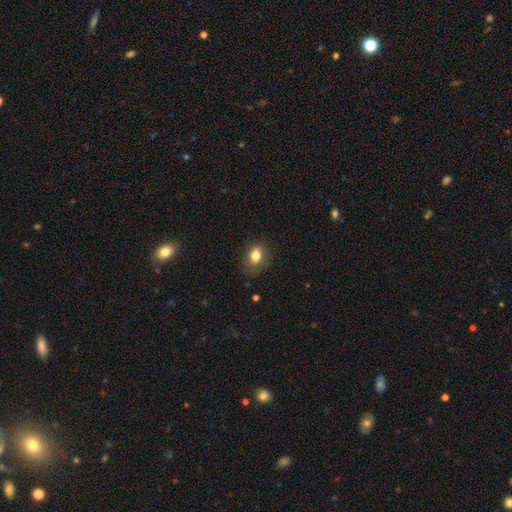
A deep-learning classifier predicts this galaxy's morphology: smooth 81%, star or artifact 10%, featured or disk 9%. Down the decision tree: how rounded — in between (66%); merging — none (75%).